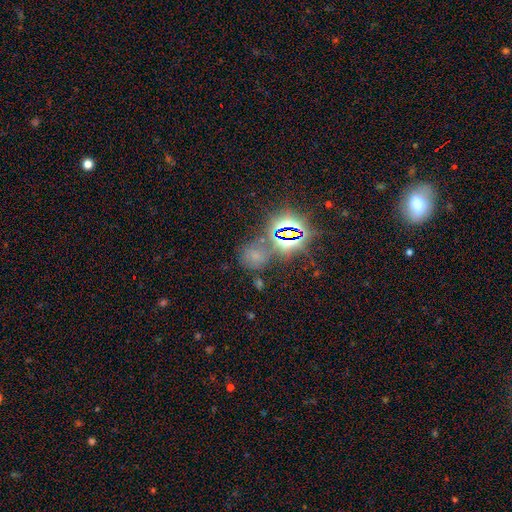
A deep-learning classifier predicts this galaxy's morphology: Smooth or featured: star or artifact — 49% (smooth — 42%)